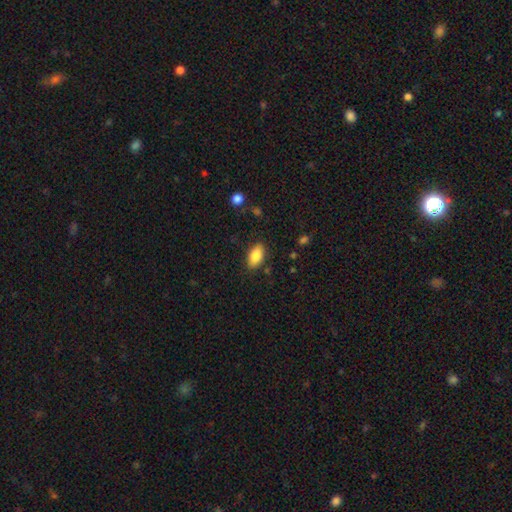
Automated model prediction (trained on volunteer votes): Smooth or featured: smooth — 85% (featured or disk — 8%)
How rounded: in between — 92% (round — 4%)
Merging: none — 85% (minor disturbance — 11%)